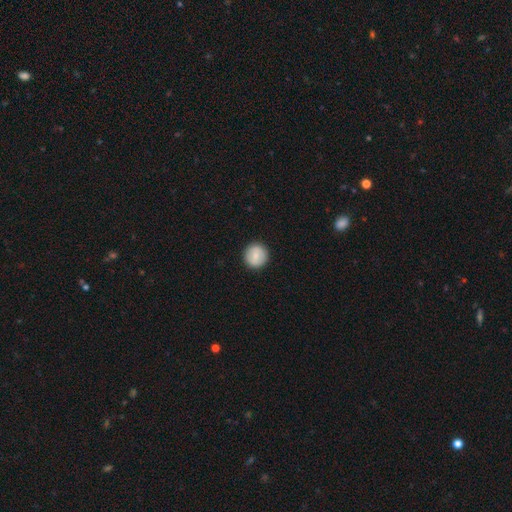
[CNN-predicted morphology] smooth_or_featured: smooth (p=0.75) [alt: featured or disk p=0.18]
how_rounded: round (p=0.94) [alt: in between p=0.05]
merging: none (p=0.92) [alt: minor disturbance p=0.06]